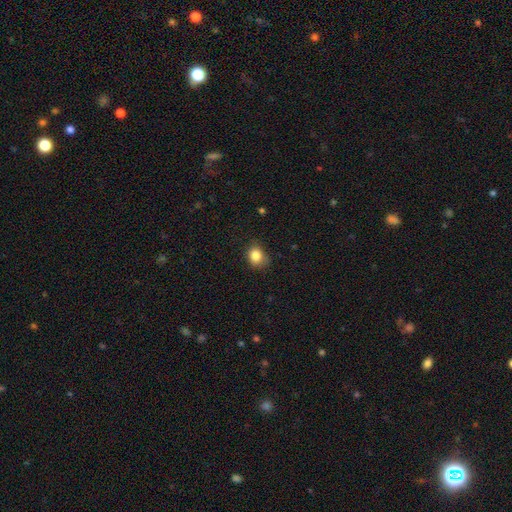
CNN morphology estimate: Smooth or featured?
  - smooth: 84% *
  - star or artifact: 11%
  - featured or disk: 6%
How rounded?
  - round: 59% *
  - in between: 41%
  - cigar-shaped: 1%
Merging?
  - none: 73% *
  - minor disturbance: 22%
  - major disturbance: 5%
  - merger: 1%